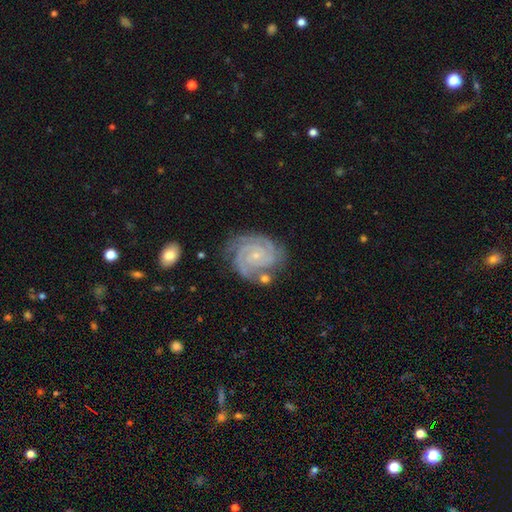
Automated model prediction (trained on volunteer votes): featured or disk 91%, star or artifact 5%, smooth 4%. Down the decision tree: edge-on disk — no (98%); bar — no (73%); spiral arms — yes (99%); spiral arm count — 3 (34%); spiral winding — tight (81%); bulge size — small (84%); merging — none (73%).